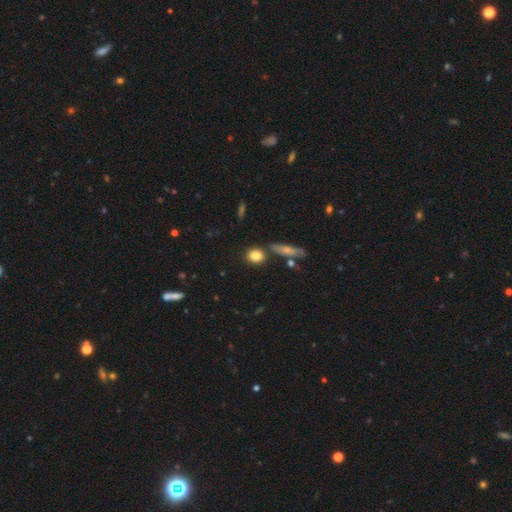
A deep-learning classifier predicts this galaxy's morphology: type=smooth (83%); roundness=round (63%); merging=none (71%).